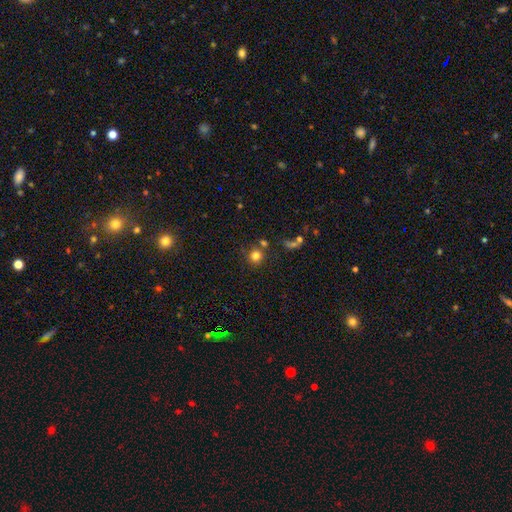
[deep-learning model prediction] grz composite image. It shows a smooth galaxy with no disk features (79%) that is round (91%). Merging: none (72%).